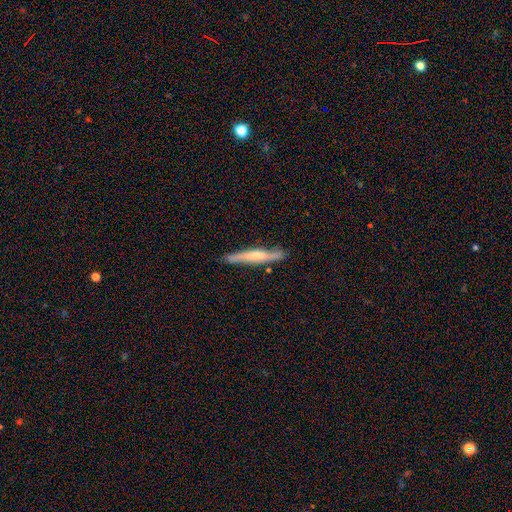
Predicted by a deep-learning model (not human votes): A featured or disk galaxy (53%) viewed edge-on (85%). Merging: none (81%).